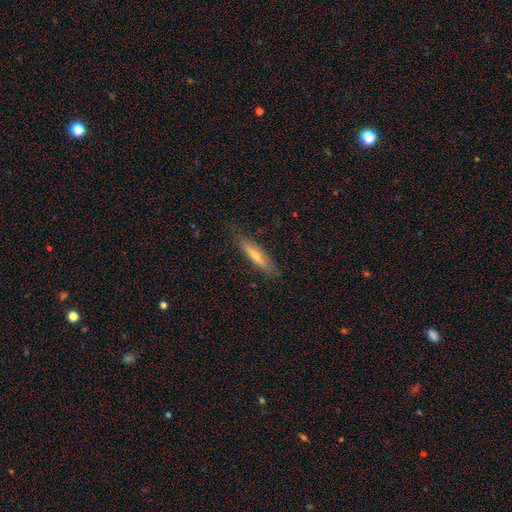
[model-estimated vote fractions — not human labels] This is possibly a smooth galaxy (53%). How rounded: clearly cigar-shaped (84%). Merging: clearly none (82%).